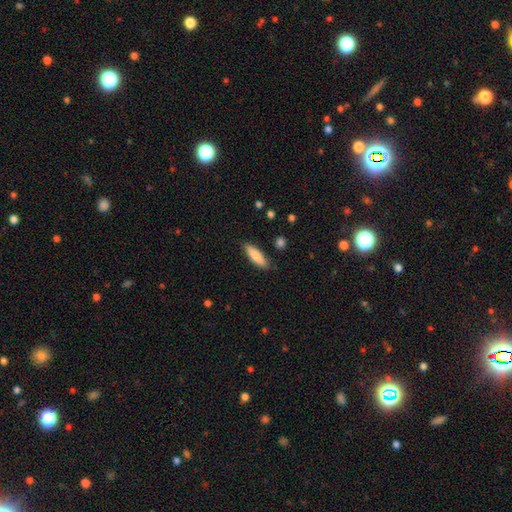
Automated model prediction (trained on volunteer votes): Morphology: type=smooth (82%); roundness=cigar-shaped (62%); merging=none (86%).